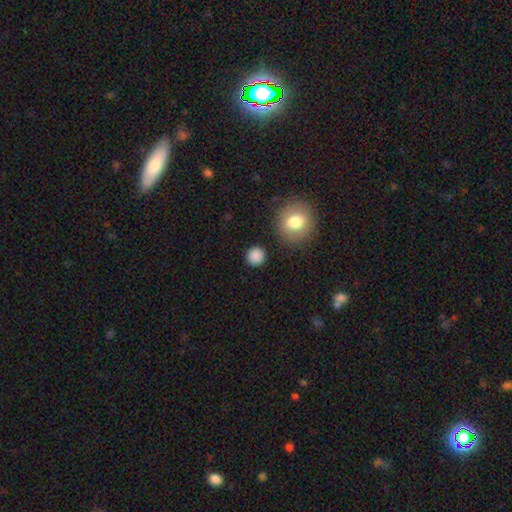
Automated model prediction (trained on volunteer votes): Smooth or featured? smooth (86%)
How rounded? round (93%)
Merging? none (89%)